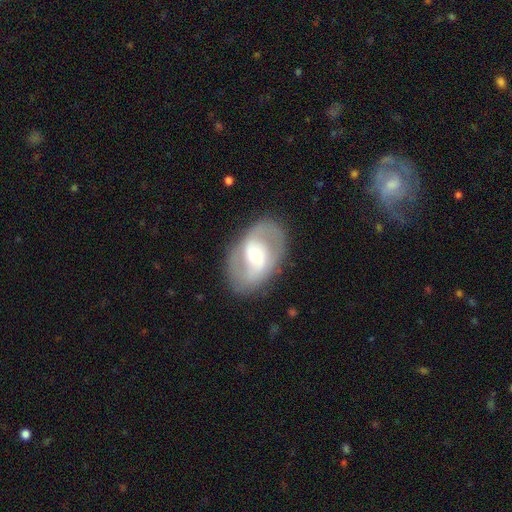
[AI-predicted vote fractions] Smooth or featured?
  - featured or disk: 70% *
  - smooth: 24%
  - star or artifact: 6%
Edge-on disk?
  - no: 95% *
  - yes: 5%
Bar?
  - weak: 41% *
  - no: 32%
  - strong: 26%
Spiral arms?
  - yes: 70% *
  - no: 30%
Bulge size?
  - moderate: 54% *
  - small: 33%
  - large: 10%
  - dominant: 2%
  - none: 1%
Merging?
  - none: 81% *
  - minor disturbance: 12%
  - major disturbance: 6%
  - merger: 1%